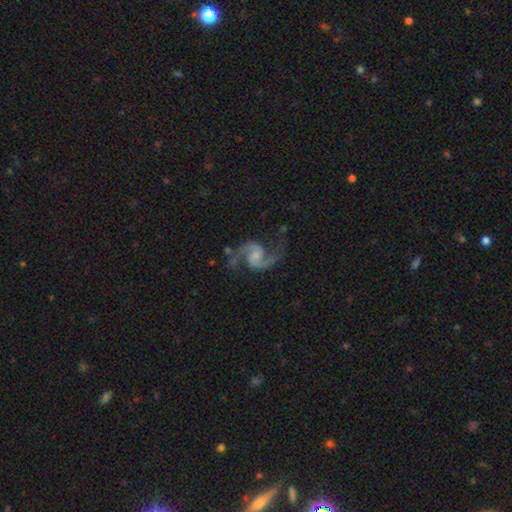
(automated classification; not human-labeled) smooth-or-featured: featured or disk: 93% | star or artifact: 4% | smooth: 3%
  disk-edge-on: no: 98% | yes: 2%
    bar: no: 53% | weak: 39% | strong: 8%
    has-spiral-arms: yes: 98% | no: 2%
      spiral-winding: medium: 54% | loose: 38% | tight: 8%
      spiral-arm-count: 2: 95% | can't tell: 1% | 3: 1% | 1: 1% | 4: 1% | more than 4: 1%
    bulge-size: small: 41% | moderate: 29% | none: 24% | large: 4% | dominant: 1%
  merging: none: 74% | minor disturbance: 15% | major disturbance: 8% | merger: 3%